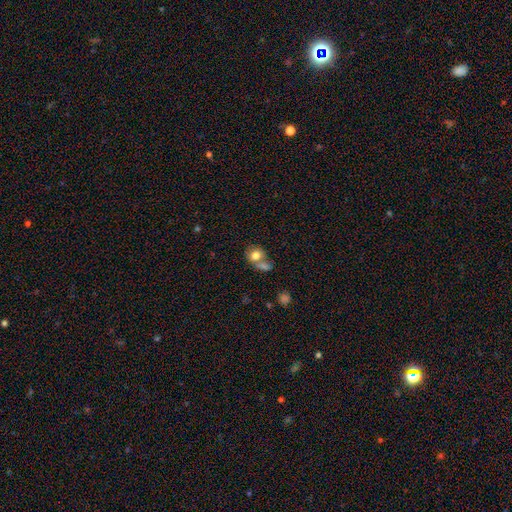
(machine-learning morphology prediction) smooth 78%, featured or disk 12%, star or artifact 9%. Down the decision tree: how rounded — round (61%); merging — merger (46%).